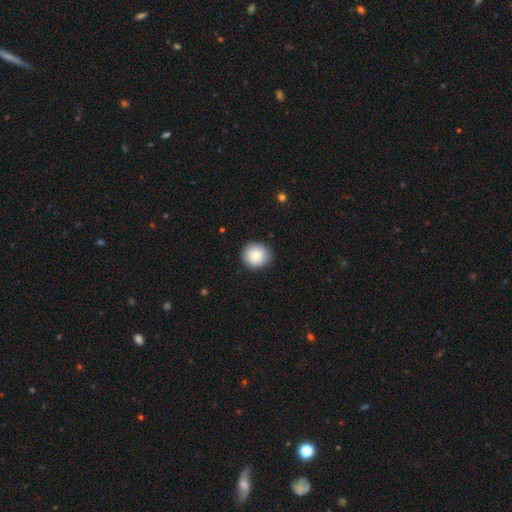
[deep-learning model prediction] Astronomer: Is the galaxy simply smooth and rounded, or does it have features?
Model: smooth — 87%.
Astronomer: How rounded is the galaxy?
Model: round — 88%.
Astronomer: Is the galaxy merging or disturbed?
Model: none — 89%.